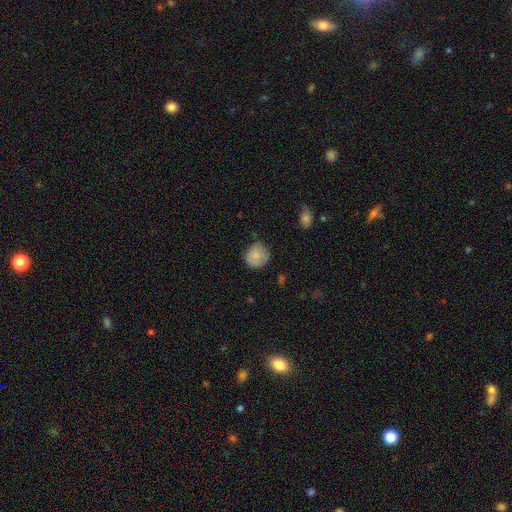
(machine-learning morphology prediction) smooth_or_featured: smooth (p=0.81) [alt: featured or disk p=0.11]
how_rounded: round (p=0.88) [alt: in between p=0.11]
merging: none (p=0.69) [alt: minor disturbance p=0.25]